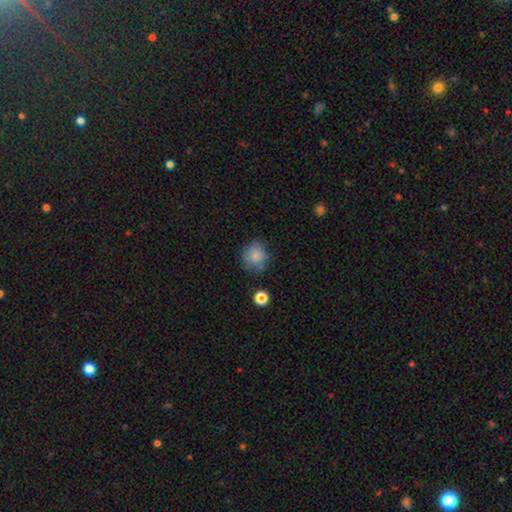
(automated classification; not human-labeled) The model was most divided on "merging": none: 70%, minor disturbance: 20%, major disturbance: 6%, merger: 4%. More confident: smooth or featured — smooth (82%); how rounded — round (81%).